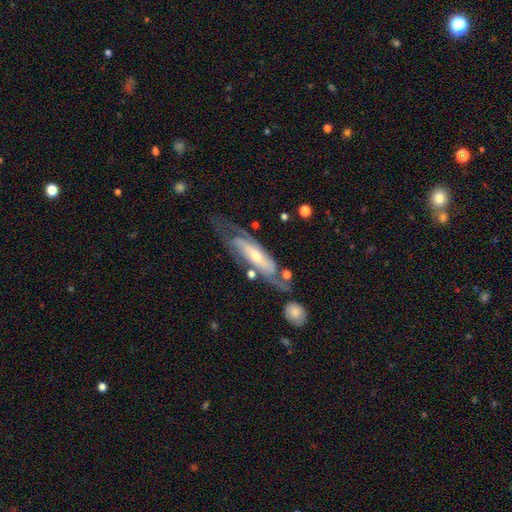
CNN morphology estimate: A featured or disk galaxy (77%) with no bar (47%), 2 (58%) tight (48%) spiral arms (90%) and a small central bulge (47%).

Vote fractions:
- Smooth or featured? featured or disk: 77% / smooth: 17% / star or artifact: 6%
- Edge-on disk? no: 77% / yes: 23%
- Bar? no: 47% / weak: 32% / strong: 21%
- Spiral arms? yes: 90% / no: 10%
- Spiral winding? tight: 48% / medium: 38% / loose: 14%
- Spiral arm count? 2: 58% / can't tell: 29% / 3: 5% / 1: 4% / 4: 2% / more than 4: 2%
- Bulge size? small: 47% / moderate: 45% / large: 4% / none: 2% / dominant: 1%
- Merging? none: 56% / minor disturbance: 20% / major disturbance: 14% / merger: 10%